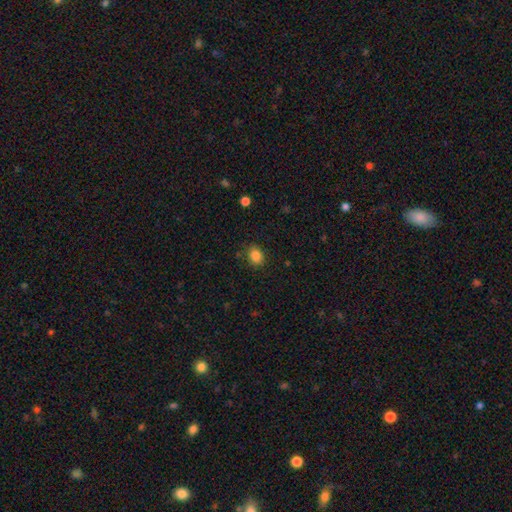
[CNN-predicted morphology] type=smooth (86%); roundness=round (53%); merging=none (84%).